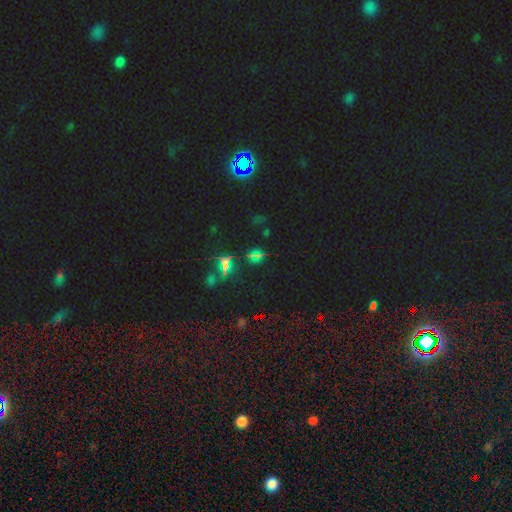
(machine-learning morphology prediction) Q: Smooth or featured?
A: star or artifact (76%); runner-up: smooth (16%)